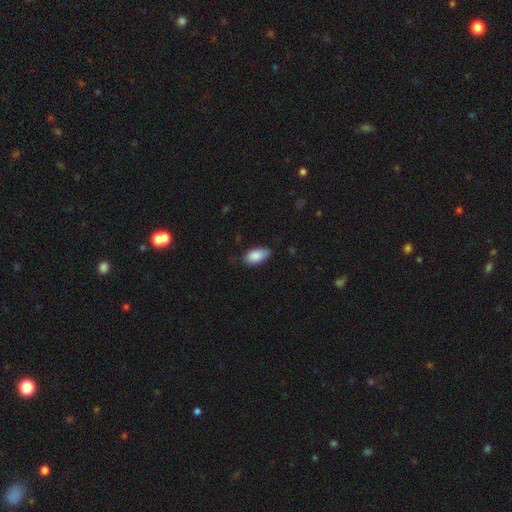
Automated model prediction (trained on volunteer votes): Overall: smooth (87%). How rounded: in between (93%). Merging: none (73%).